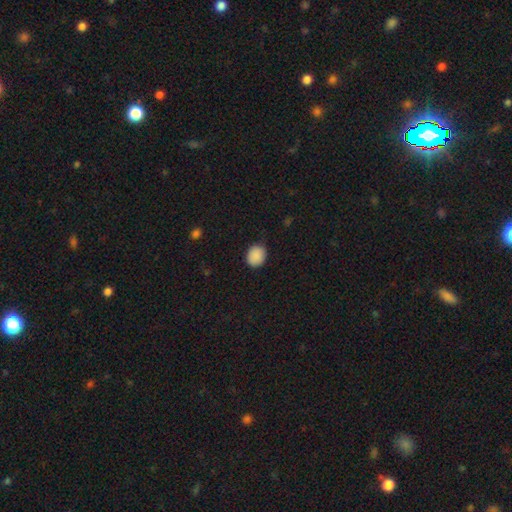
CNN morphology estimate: type=smooth (89%); roundness=round (65%); merging=none (83%).